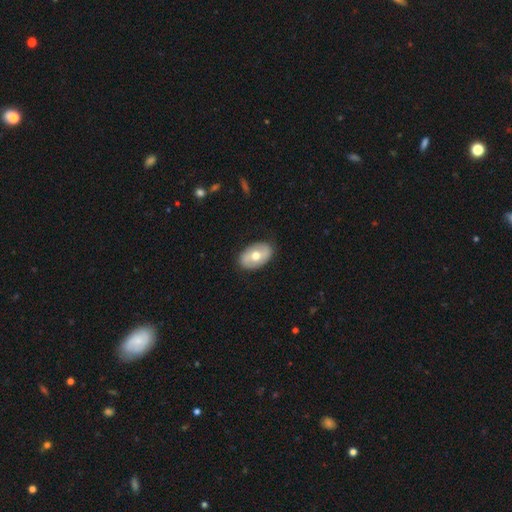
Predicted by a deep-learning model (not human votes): Morphology: type=smooth (53%); roundness=in between (87%); merging=none (85%).